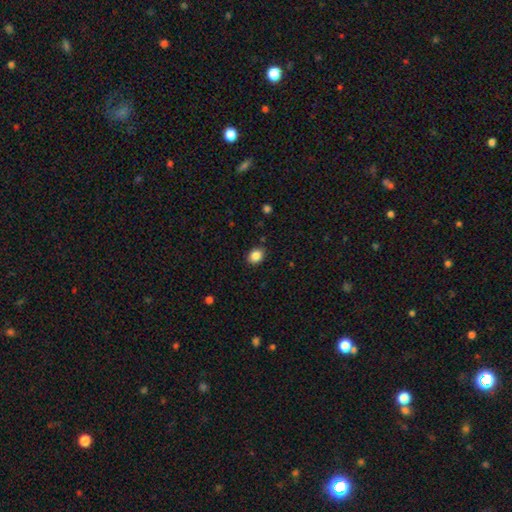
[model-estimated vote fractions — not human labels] A smooth galaxy with no disk features (87%) that is in between round and cigar-shaped (54%). Merging: none (88%).